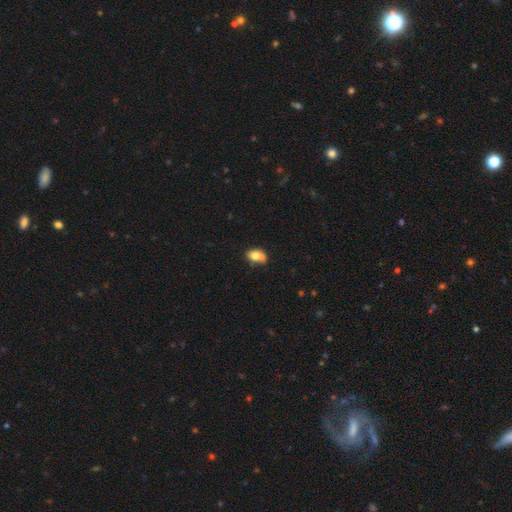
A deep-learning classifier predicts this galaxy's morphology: Smooth or featured?
  - smooth: 75% *
  - featured or disk: 16%
  - star or artifact: 9%
How rounded?
  - in between: 81% *
  - round: 18%
  - cigar-shaped: 2%
Merging?
  - none: 50% *
  - minor disturbance: 31%
  - merger: 11%
  - major disturbance: 8%